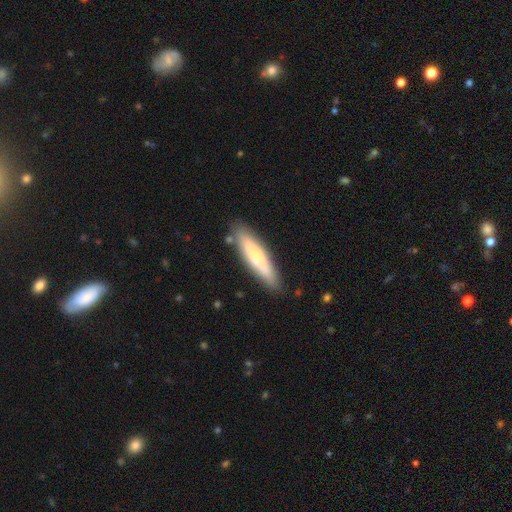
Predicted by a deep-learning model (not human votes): smooth 66%, featured or disk 28%, star or artifact 5%. Down the decision tree: how rounded — cigar-shaped (76%); merging — none (83%).